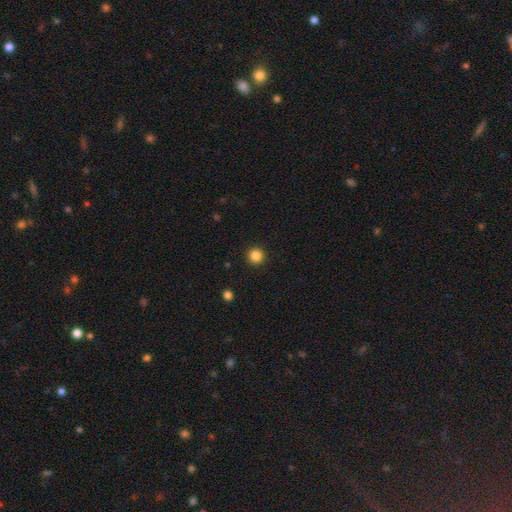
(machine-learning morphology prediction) smooth-or-featured: smooth: 85% | star or artifact: 12% | featured or disk: 4%
  how-rounded: round: 96% | in between: 3% | cigar-shaped: 1%
  merging: none: 93% | minor disturbance: 4% | major disturbance: 2% | merger: 1%